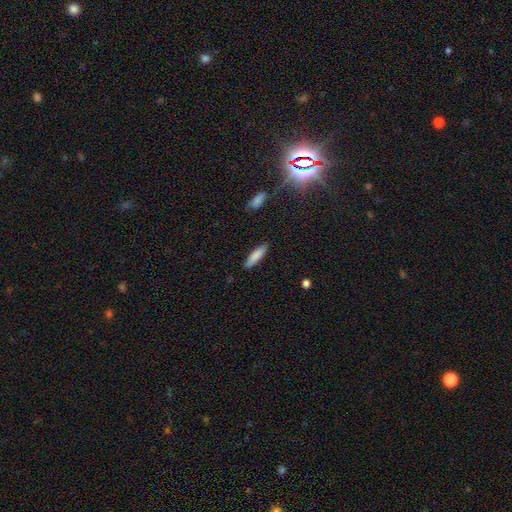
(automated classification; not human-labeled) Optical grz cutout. It shows a smooth galaxy with no disk features (84%) that is cigar-shaped (70%). Merging: none (88%).